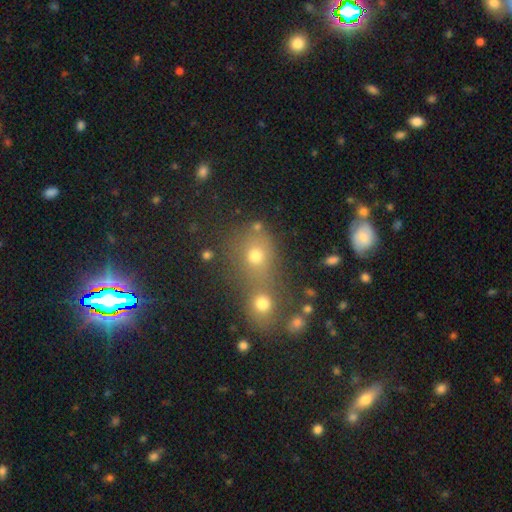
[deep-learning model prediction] Smooth or featured: smooth — 59% (star or artifact — 29%)
How rounded: round — 76% (in between — 22%)
Merging: none — 44% (merger — 43%)